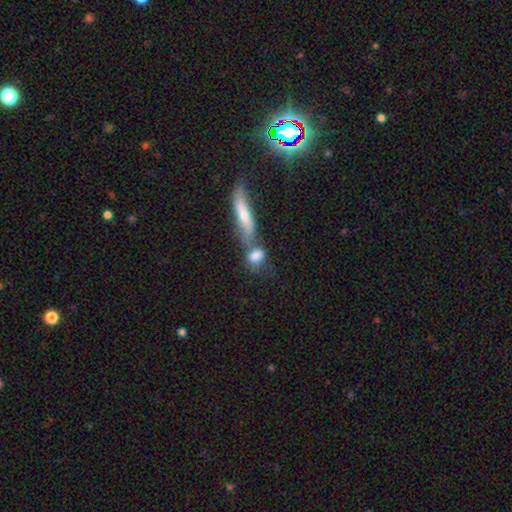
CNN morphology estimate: A smooth galaxy with no disk features (71%) that is in between round and cigar-shaped (59%).

Vote fractions:
- Smooth or featured? smooth: 71% / featured or disk: 20% / star or artifact: 9%
- How rounded? in between: 59% / round: 25% / cigar-shaped: 15%
- Merging? merger: 49% / none: 31% / minor disturbance: 12% / major disturbance: 8%